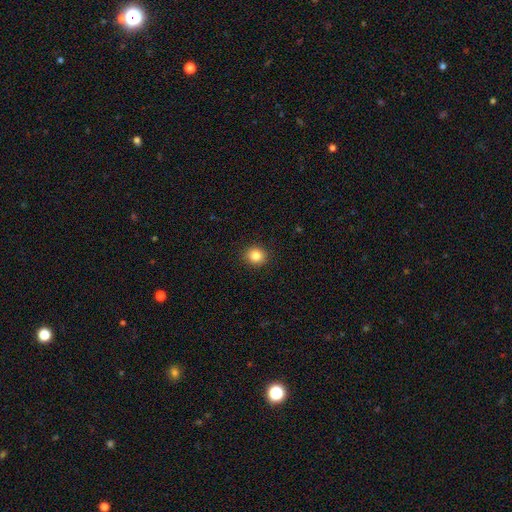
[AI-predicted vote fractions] The model was most divided on "smooth or featured": smooth: 85%, star or artifact: 10%, featured or disk: 5%. More confident: merging — none (92%); how rounded — round (87%).